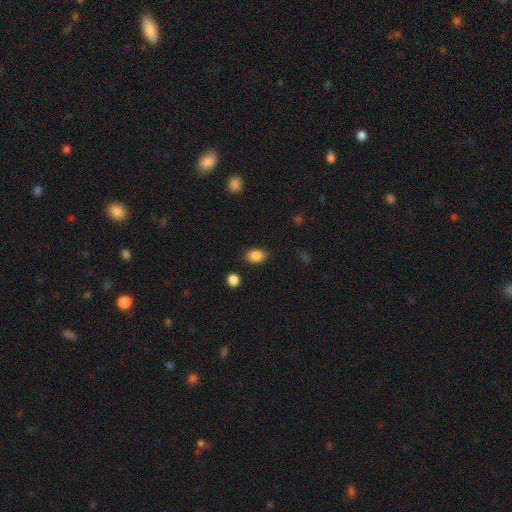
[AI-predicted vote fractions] Smooth or featured? smooth (87%)
How rounded? in between (79%)
Merging? none (81%)